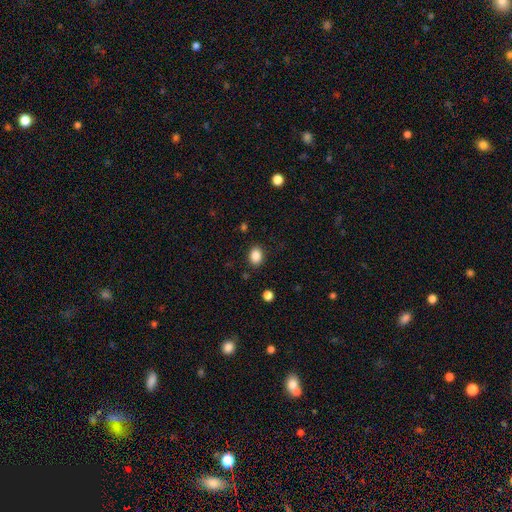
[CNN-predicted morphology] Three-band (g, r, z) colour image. It shows a smooth galaxy with no disk features (87%) that is in between round and cigar-shaped (68%). Merging: none (87%).